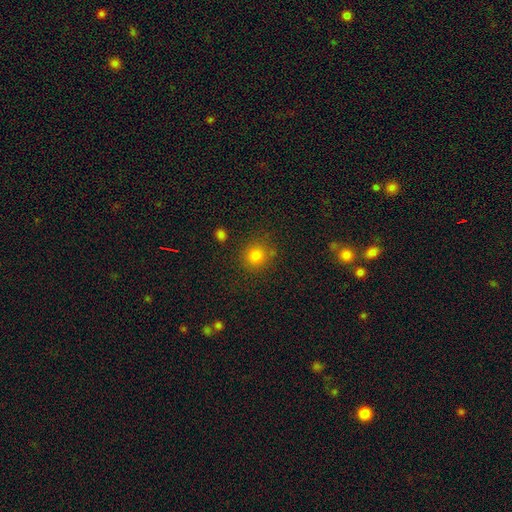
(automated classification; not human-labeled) Morphology: type=smooth (82%); roundness=round (90%); merging=none (80%).